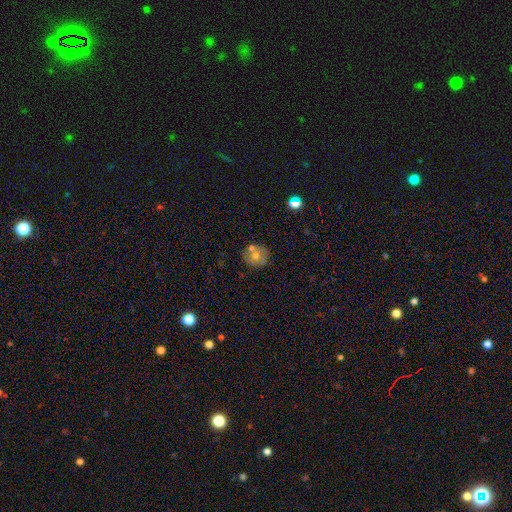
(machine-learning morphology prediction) The model was most divided on "smooth or featured": smooth: 62%, featured or disk: 28%, star or artifact: 10%. More confident: how rounded — round (78%); merging — none (61%).